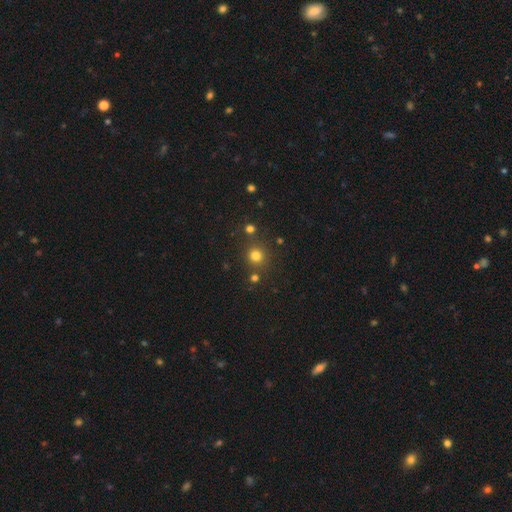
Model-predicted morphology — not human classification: Overall: smooth (77%). How rounded: round (93%). Merging: none (81%).